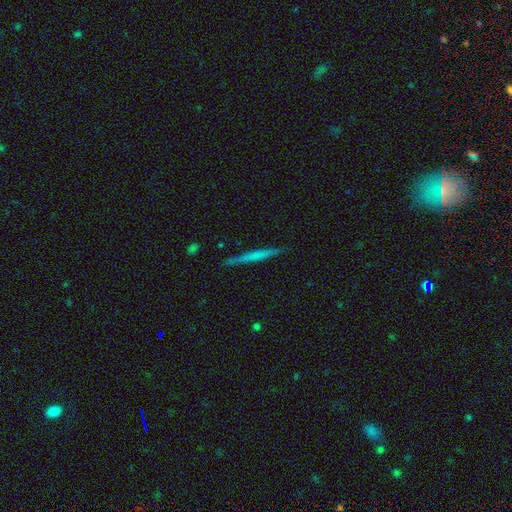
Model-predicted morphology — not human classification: This appears to be a smooth galaxy with no disk features (53%) that is cigar-shaped (96%). Merging: none (90%).